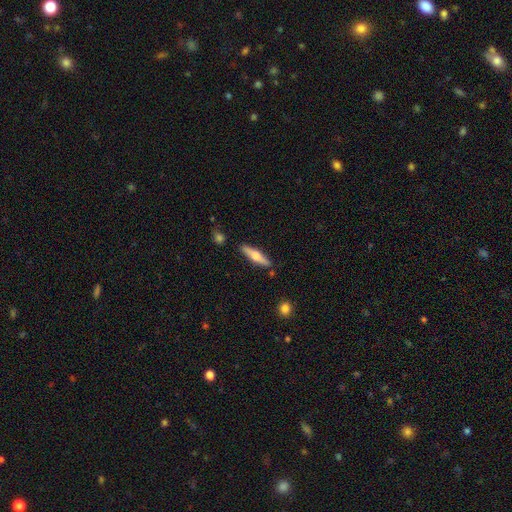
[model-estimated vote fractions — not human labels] Smooth or featured? featured or disk (49%)
Merging? none (86%)